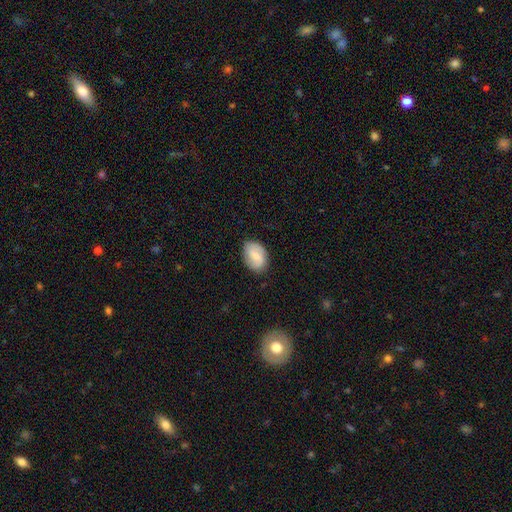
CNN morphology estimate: smooth-or-featured: smooth: 61% | featured or disk: 32% | star or artifact: 7%
  how-rounded: in between: 85% | round: 14% | cigar-shaped: 1%
  merging: none: 80% | minor disturbance: 15% | major disturbance: 3% | merger: 1%